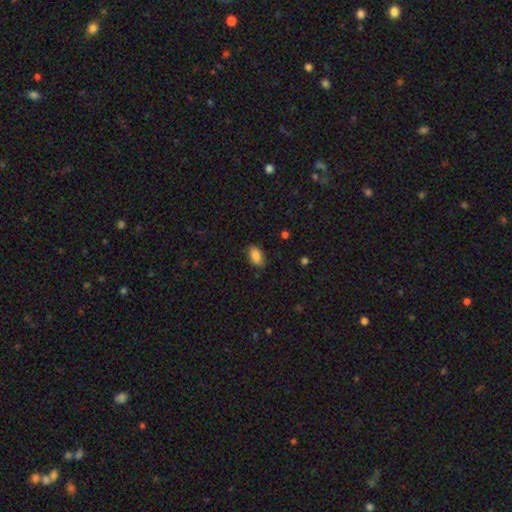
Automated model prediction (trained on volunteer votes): Smooth or featured: smooth — 87% (star or artifact — 8%)
How rounded: in between — 91% (round — 6%)
Merging: none — 84% (minor disturbance — 12%)